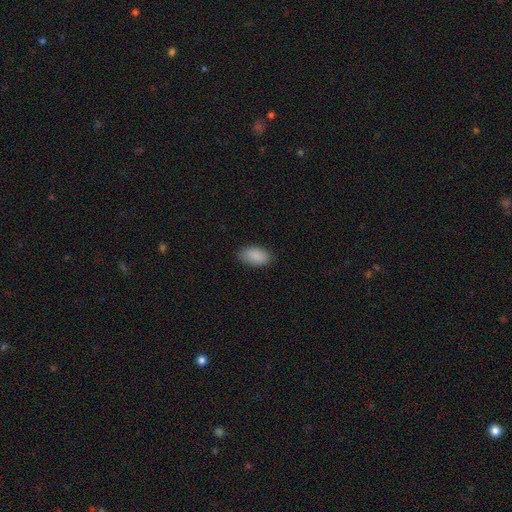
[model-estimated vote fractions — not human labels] Overall: smooth (89%). How rounded: in between (94%). Merging: none (85%).